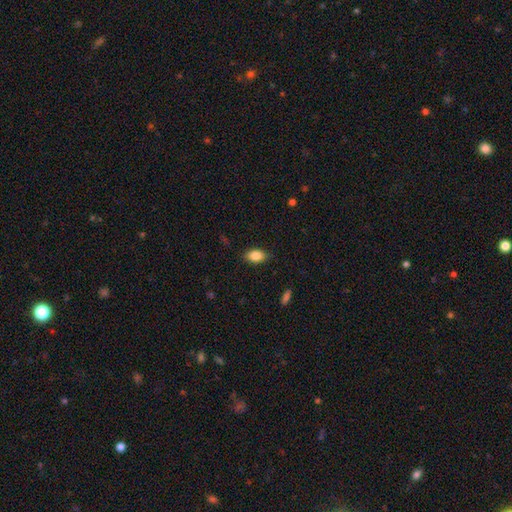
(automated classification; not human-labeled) Smooth or featured? Predicted: smooth (p=0.85). How rounded? Predicted: in between (p=0.87). Merging? Predicted: none (p=0.84).